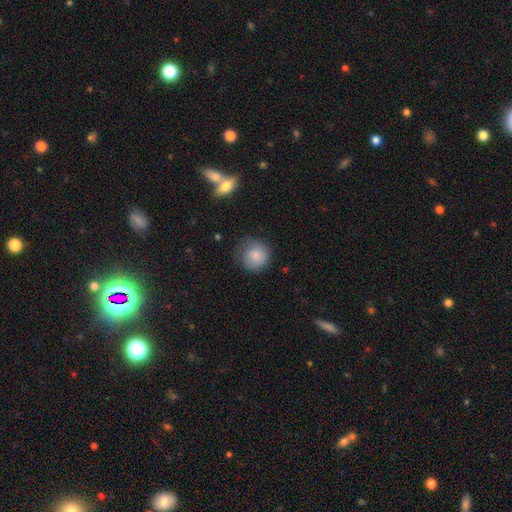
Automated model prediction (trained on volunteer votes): This appears to be a smooth galaxy with no disk features (85%) that is round (90%). Merging: none (68%).